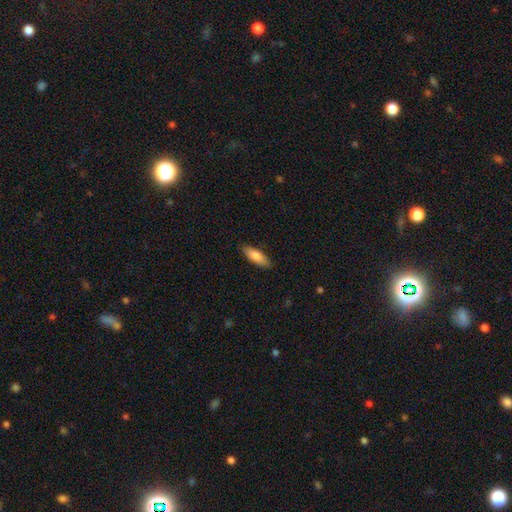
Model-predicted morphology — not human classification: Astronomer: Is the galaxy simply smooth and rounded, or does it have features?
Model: smooth — 83%.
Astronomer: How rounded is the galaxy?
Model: in between — 58% (runner-up: cigar-shaped, 40%).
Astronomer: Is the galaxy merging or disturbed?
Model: none — 88%.